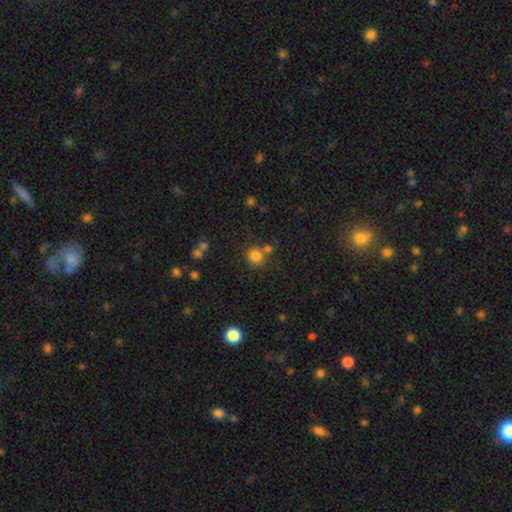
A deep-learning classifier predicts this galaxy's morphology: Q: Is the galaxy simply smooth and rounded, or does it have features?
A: smooth — 81%.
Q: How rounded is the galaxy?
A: round — 85%.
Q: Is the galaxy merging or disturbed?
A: none — 64%.